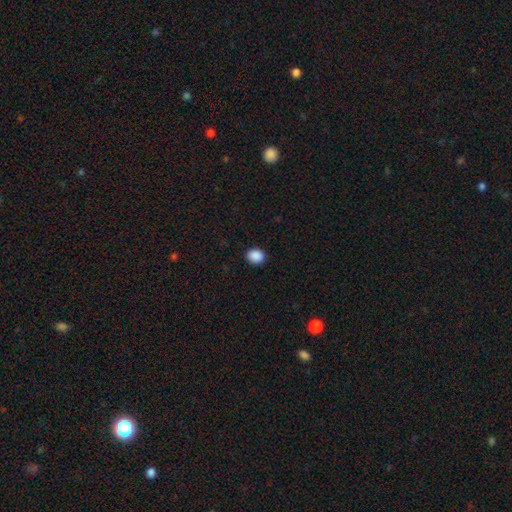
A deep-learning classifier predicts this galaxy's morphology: Smooth or featured?
  - smooth: 90% *
  - star or artifact: 8%
  - featured or disk: 2%
How rounded?
  - round: 57% *
  - in between: 42%
  - cigar-shaped: 1%
Merging?
  - none: 91% *
  - minor disturbance: 6%
  - major disturbance: 2%
  - merger: 1%